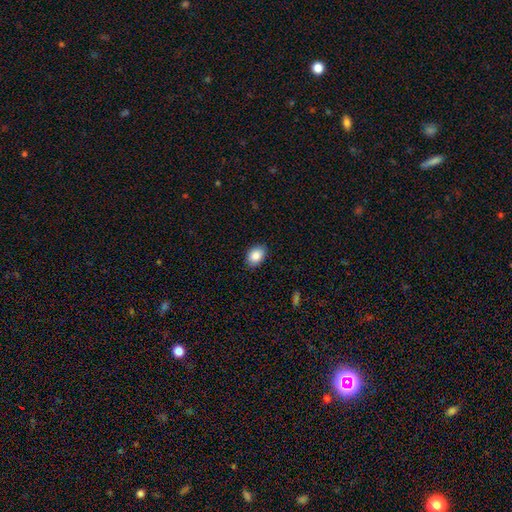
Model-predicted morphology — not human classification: Q: Smooth or featured?
A: smooth (87%); runner-up: star or artifact (7%)
Q: How rounded?
A: in between (81%); runner-up: round (18%)
Q: Merging?
A: none (88%); runner-up: minor disturbance (10%)